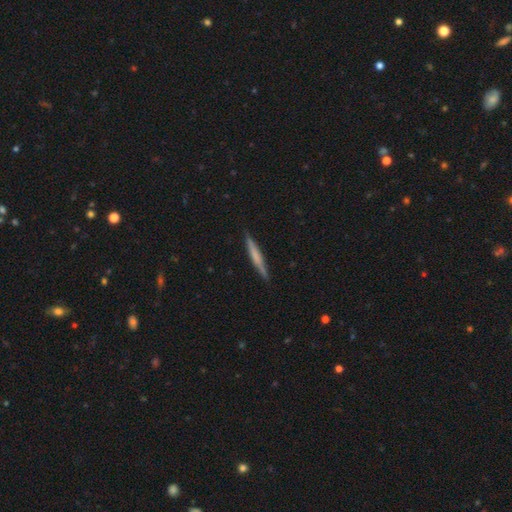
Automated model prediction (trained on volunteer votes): Smooth or featured?
  - smooth: 53% *
  - featured or disk: 41%
  - star or artifact: 6%
How rounded?
  - cigar-shaped: 95% *
  - in between: 3%
  - round: 1%
Merging?
  - none: 89% *
  - minor disturbance: 8%
  - major disturbance: 2%
  - merger: 1%